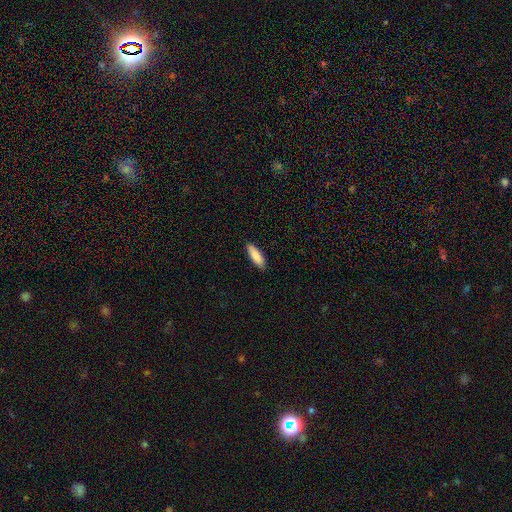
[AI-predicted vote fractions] Morphology: type=smooth (87%); roundness=cigar-shaped (51%); merging=none (88%).